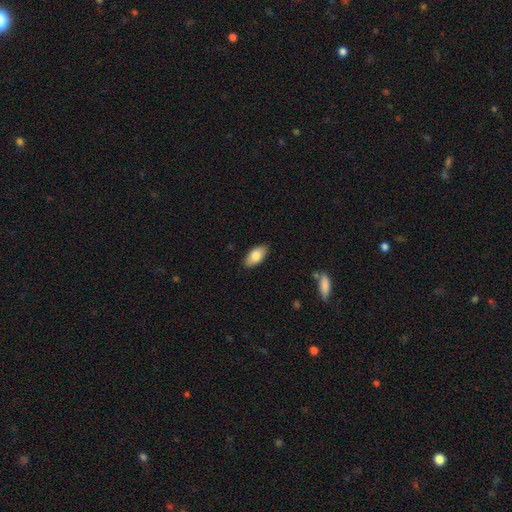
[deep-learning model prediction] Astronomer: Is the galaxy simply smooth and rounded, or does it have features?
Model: smooth — 81%.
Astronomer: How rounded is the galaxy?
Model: in between — 92%.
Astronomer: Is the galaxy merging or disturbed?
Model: none — 88%.